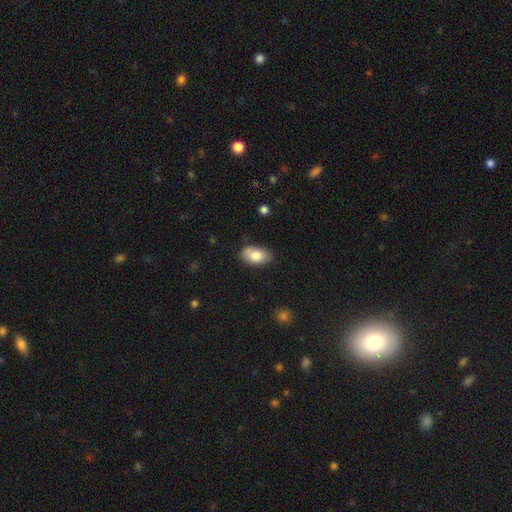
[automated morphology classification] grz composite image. It shows a smooth galaxy with no disk features (81%) that is in between round and cigar-shaped (92%). Merging: none (79%).